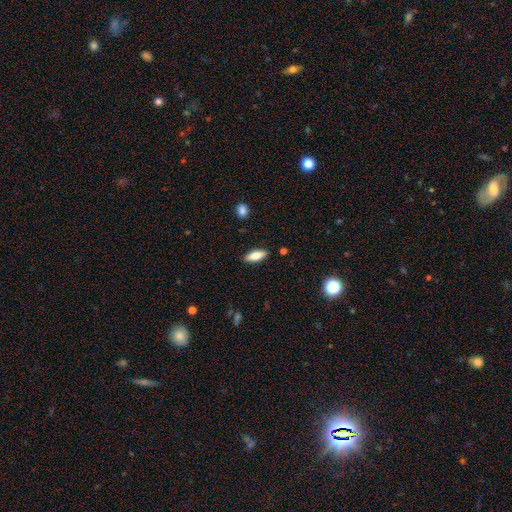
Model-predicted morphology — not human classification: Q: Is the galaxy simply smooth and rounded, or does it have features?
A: smooth — 76%.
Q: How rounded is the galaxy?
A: in between — 60%.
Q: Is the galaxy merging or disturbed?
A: none — 88%.